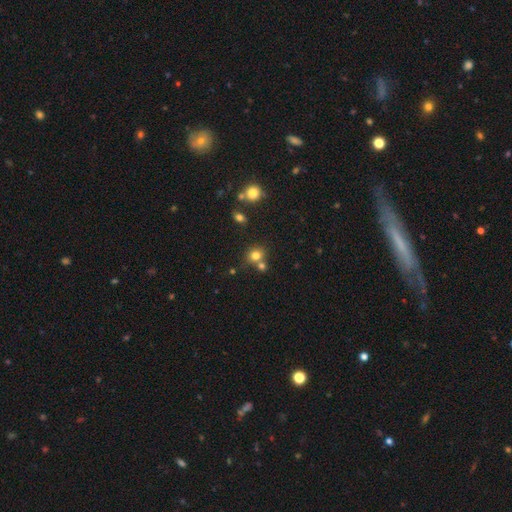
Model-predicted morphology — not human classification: This appears to be a smooth galaxy with no disk features (77%) that is round (74%). Merging: none (60%).